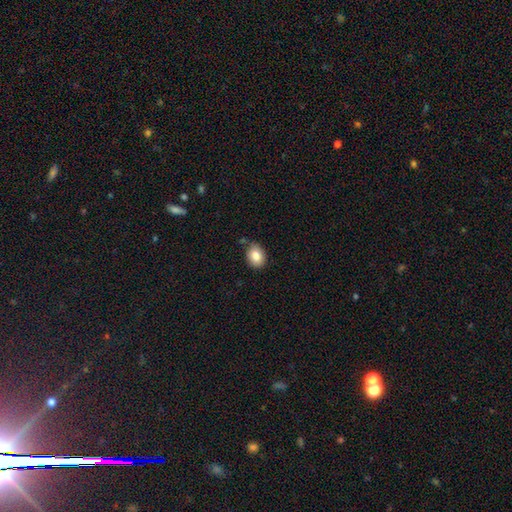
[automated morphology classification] Smooth or featured? smooth (83%)
How rounded? in between (61%)
Merging? none (77%)